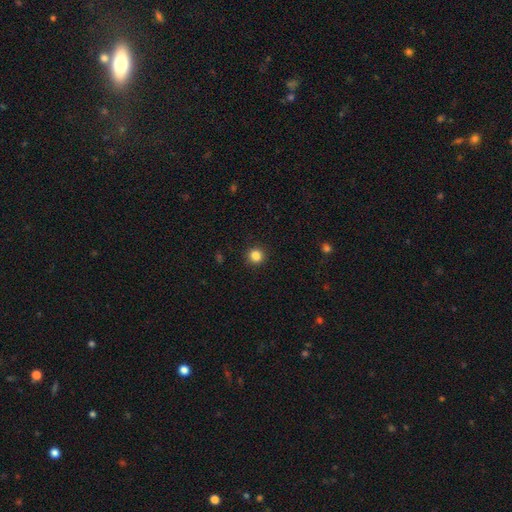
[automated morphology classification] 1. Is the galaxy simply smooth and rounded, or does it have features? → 85% smooth, 11% star or artifact, 4% featured or disk.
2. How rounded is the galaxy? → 94% round, 5% in between, 1% cigar-shaped.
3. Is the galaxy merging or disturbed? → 92% none, 5% minor disturbance, 2% major disturbance, 1% merger.